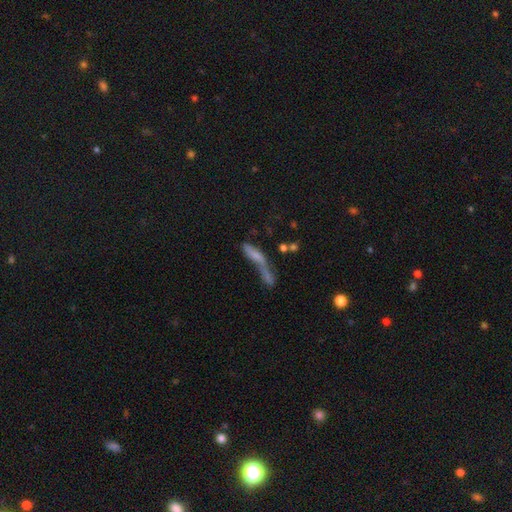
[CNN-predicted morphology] smooth_or_featured: smooth (p=0.54) [alt: featured or disk p=0.33]
how_rounded: cigar-shaped (p=0.66) [alt: in between p=0.30]
merging: merger (p=0.54) [alt: major disturbance p=0.19]